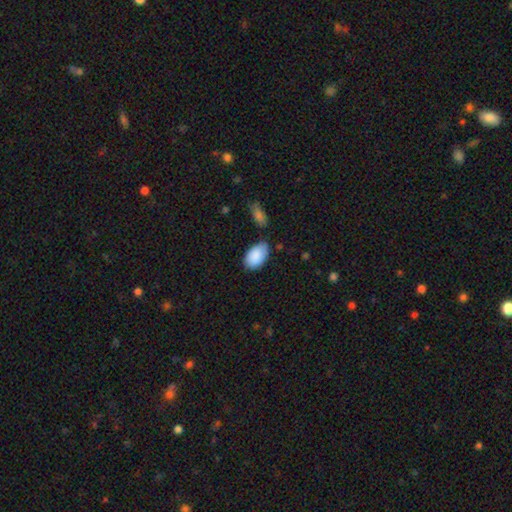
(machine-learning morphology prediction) A smooth galaxy with no disk features (89%) that is in between round and cigar-shaped (93%). Merging: none (71%).